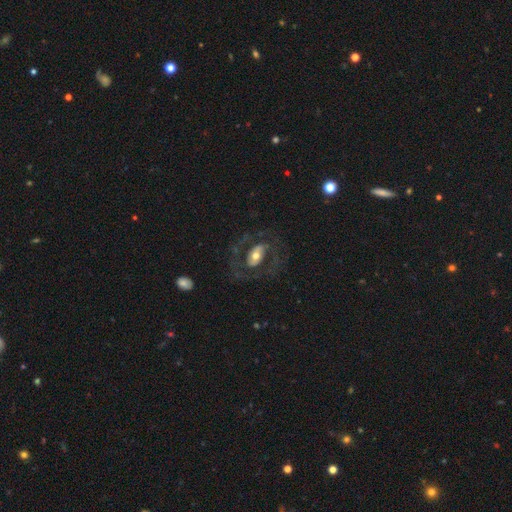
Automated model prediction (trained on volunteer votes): smooth_or_featured: featured or disk (p=0.65) [alt: smooth p=0.28]
disk_edge_on: no (p=0.94) [alt: yes p=0.06]
bar: no (p=0.44) [alt: weak p=0.31]
has_spiral_arms: yes (p=0.66) [alt: no p=0.34]
bulge_size: moderate (p=0.65) [alt: small p=0.18]
merging: none (p=0.61) [alt: major disturbance p=0.23]